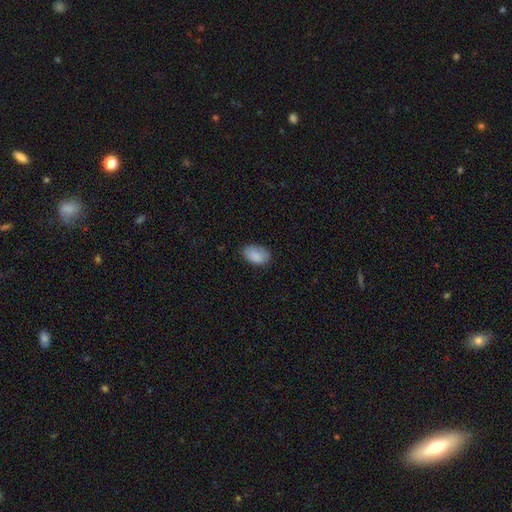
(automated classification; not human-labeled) smooth 87%, star or artifact 7%, featured or disk 5%. Down the decision tree: how rounded — in between (91%); merging — none (75%).